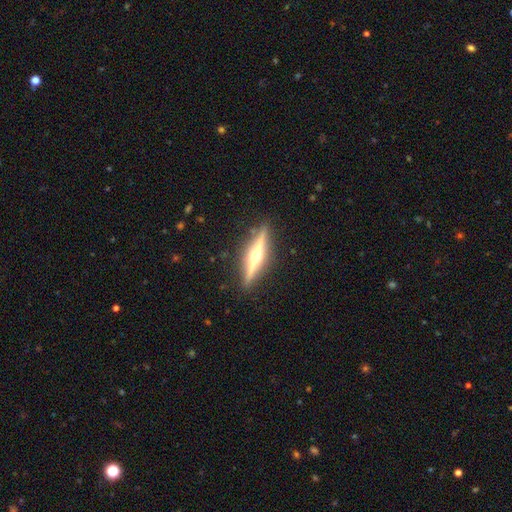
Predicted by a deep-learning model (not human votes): Overall: featured or disk (78%). Edge-on disk: yes (97%). Edge-on bulge: rounded (91%). Merging: none (89%).